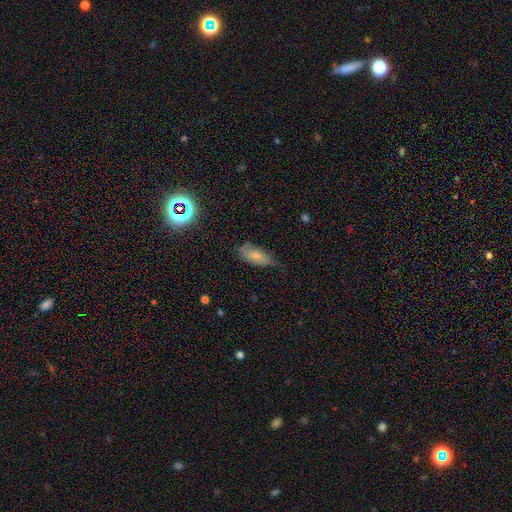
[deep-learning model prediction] Q: Smooth or featured?
A: smooth (67%); runner-up: featured or disk (25%)
Q: How rounded?
A: in between (85%); runner-up: cigar-shaped (12%)
Q: Merging?
A: none (54%); runner-up: minor disturbance (35%)